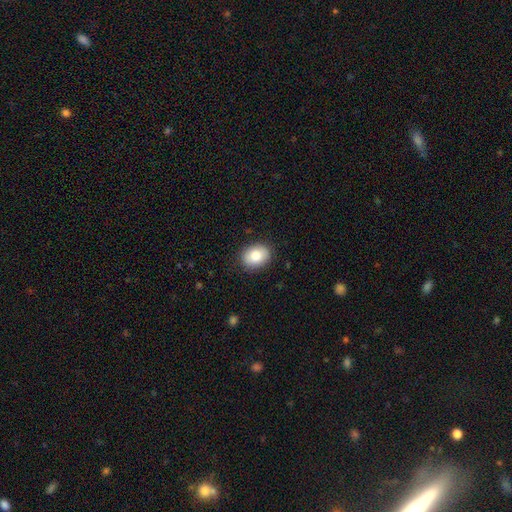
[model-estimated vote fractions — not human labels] Smooth or featured?
  - smooth: 84% *
  - featured or disk: 9%
  - star or artifact: 7%
How rounded?
  - in between: 60% *
  - round: 39%
  - cigar-shaped: 1%
Merging?
  - none: 87% *
  - minor disturbance: 9%
  - major disturbance: 2%
  - merger: 1%